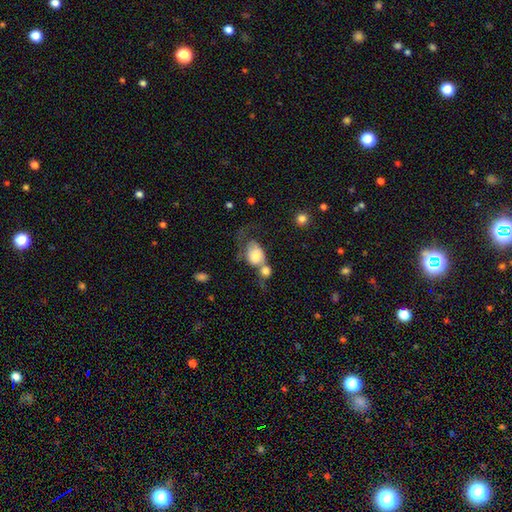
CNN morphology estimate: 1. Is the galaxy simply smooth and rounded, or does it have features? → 68% smooth, 24% featured or disk, 8% star or artifact.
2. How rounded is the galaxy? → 64% in between, 35% round, 2% cigar-shaped.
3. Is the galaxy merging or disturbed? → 58% merger, 17% major disturbance, 15% none, 10% minor disturbance.